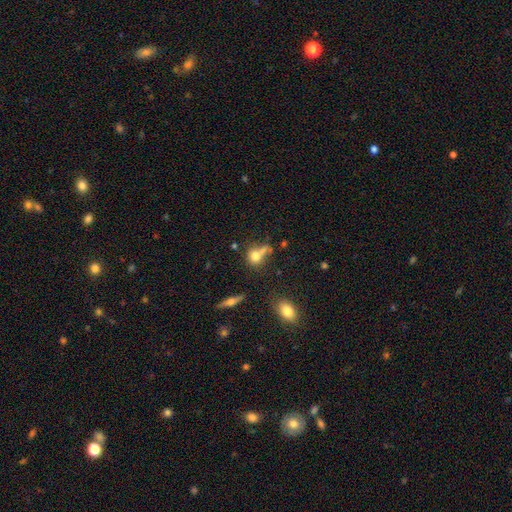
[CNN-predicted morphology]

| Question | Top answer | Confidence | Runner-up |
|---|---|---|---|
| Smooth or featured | smooth | 70% | featured or disk (16%) |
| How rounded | round | 64% | in between (31%) |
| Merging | none | 42% | merger (32%) |